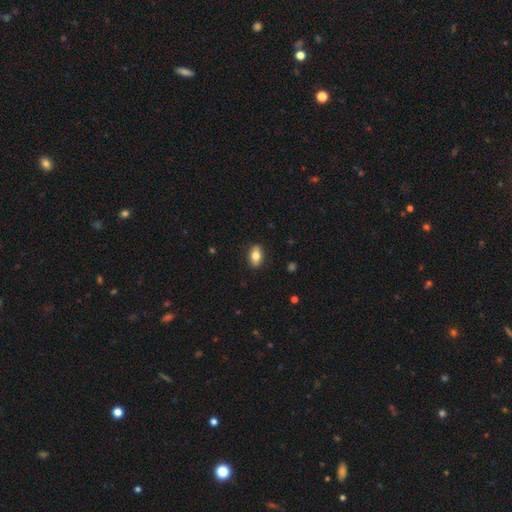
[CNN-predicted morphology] Smooth or featured: smooth — 77% (featured or disk — 16%)
How rounded: in between — 87% (round — 7%)
Merging: none — 88% (minor disturbance — 9%)